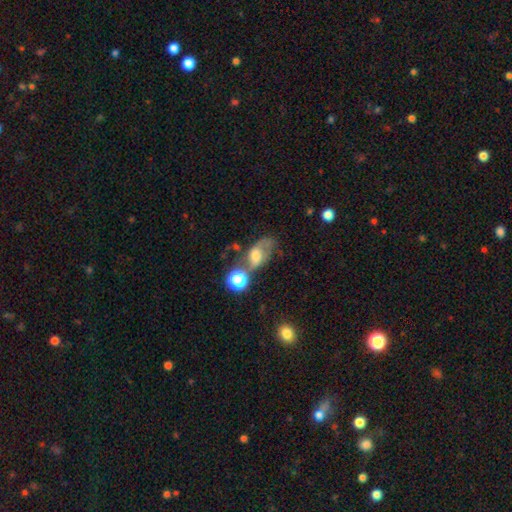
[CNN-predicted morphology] Smooth or featured?
  - smooth: 45% *
  - featured or disk: 41%
  - star or artifact: 14%
Merging?
  - none: 35% *
  - minor disturbance: 24%
  - major disturbance: 23%
  - merger: 17%